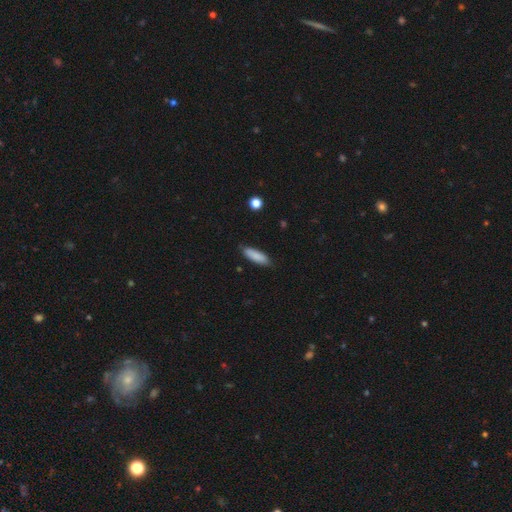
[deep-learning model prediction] The model was most divided on "how rounded": cigar-shaped: 50%, in between: 49%, round: 2%. More confident: smooth or featured — smooth (87%); merging — none (83%).